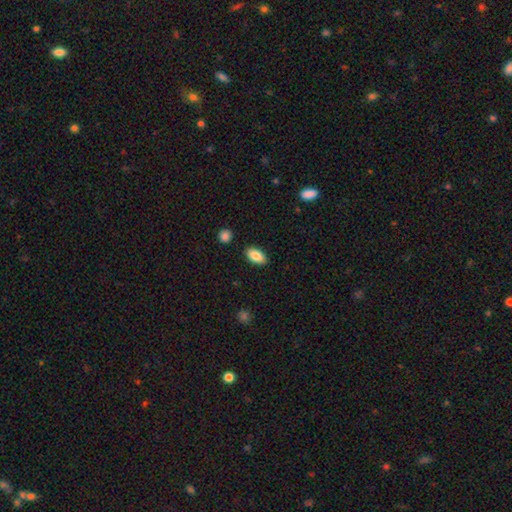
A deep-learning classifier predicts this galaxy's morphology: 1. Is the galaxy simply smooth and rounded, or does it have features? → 86% smooth, 7% star or artifact, 7% featured or disk.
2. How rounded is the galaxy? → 93% in between, 4% cigar-shaped, 3% round.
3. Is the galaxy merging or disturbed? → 88% none, 8% minor disturbance, 2% major disturbance, 2% merger.